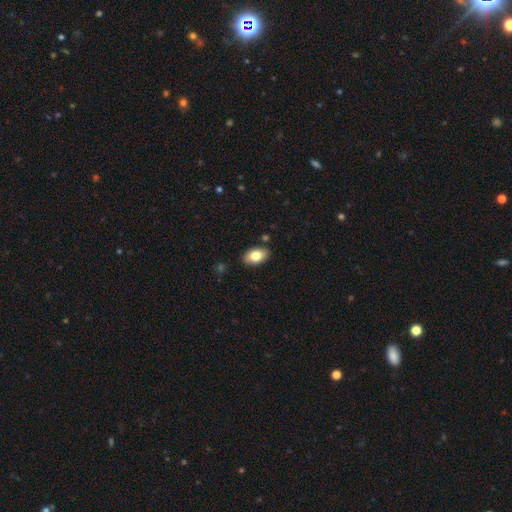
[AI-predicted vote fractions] This is clearly a smooth galaxy (82%). How rounded: clearly in between (92%). Merging: clearly none (86%).